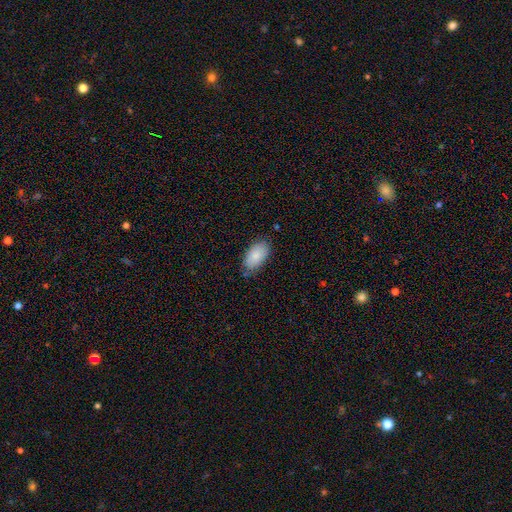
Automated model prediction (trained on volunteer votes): Smooth or featured?
  - smooth: 83% *
  - featured or disk: 10%
  - star or artifact: 6%
How rounded?
  - in between: 95% *
  - round: 3%
  - cigar-shaped: 2%
Merging?
  - none: 72% *
  - minor disturbance: 22%
  - major disturbance: 4%
  - merger: 2%